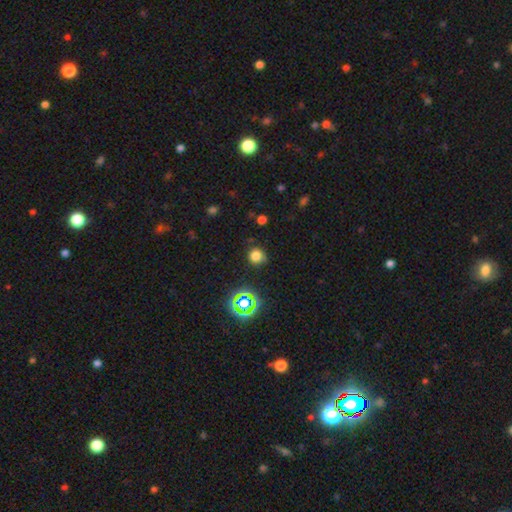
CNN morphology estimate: A smooth galaxy with no disk features (74%) that is round (87%).

Vote fractions:
- Smooth or featured? smooth: 74% / star or artifact: 20% / featured or disk: 6%
- How rounded? round: 87% / in between: 12% / cigar-shaped: 1%
- Merging? none: 81% / minor disturbance: 14% / major disturbance: 4% / merger: 2%